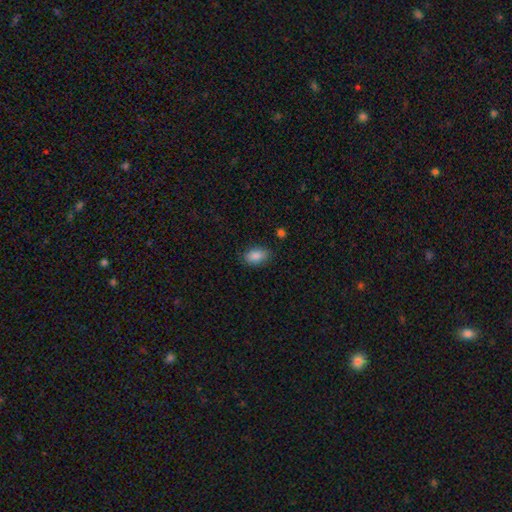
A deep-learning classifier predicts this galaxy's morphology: A smooth galaxy with no disk features (87%) that is in between round and cigar-shaped (90%). Merging: none (81%).